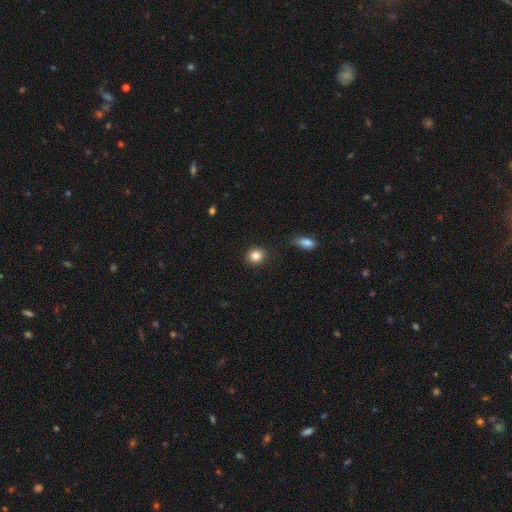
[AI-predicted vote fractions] A smooth galaxy with no disk features (85%) that is round (82%). Merging: none (88%).